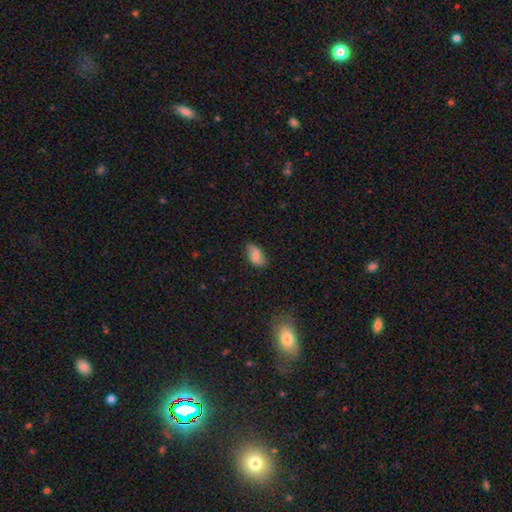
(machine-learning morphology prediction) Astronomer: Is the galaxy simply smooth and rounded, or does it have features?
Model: smooth — 79%.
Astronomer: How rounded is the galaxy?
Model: in between — 92%.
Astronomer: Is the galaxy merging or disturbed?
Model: none — 73%.